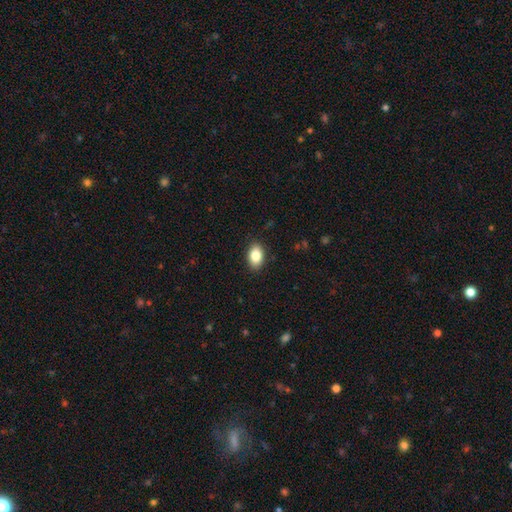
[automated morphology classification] smooth 86%, star or artifact 8%, featured or disk 7%. Down the decision tree: how rounded — in between (88%); merging — none (88%).